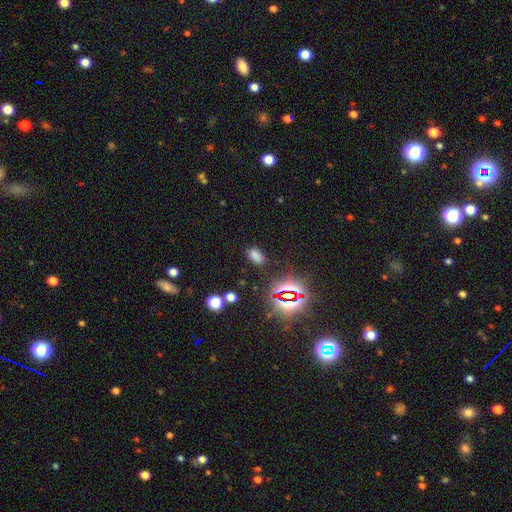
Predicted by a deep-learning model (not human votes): This is likely a smooth galaxy (65%). How rounded: clearly in between (89%). Merging: likely none (79%).